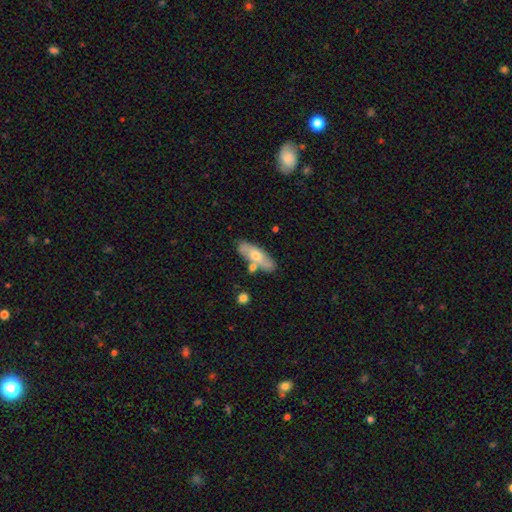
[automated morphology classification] type=smooth (57%); roundness=in between (58%); merging=none (68%).